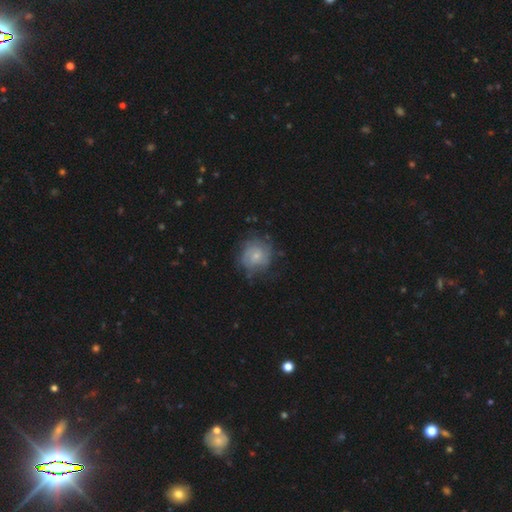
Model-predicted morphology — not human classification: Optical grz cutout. It shows a featured or disk galaxy (49%). Merging: none (66%).